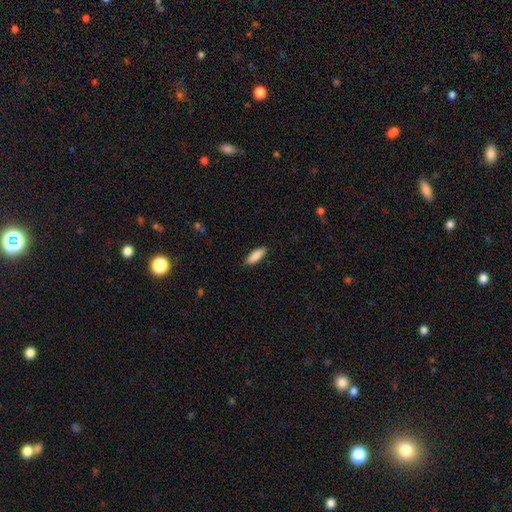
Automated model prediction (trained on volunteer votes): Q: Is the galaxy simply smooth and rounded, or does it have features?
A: smooth — 90%.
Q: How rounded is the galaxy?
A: in between — 66%.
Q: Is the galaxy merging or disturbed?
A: none — 88%.